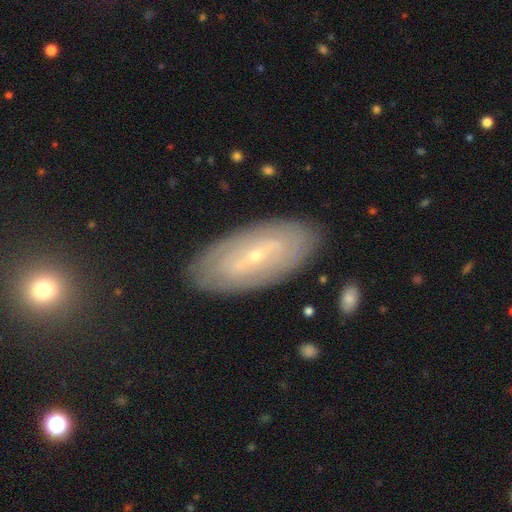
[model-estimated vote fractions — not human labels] Morphology: type=featured or disk (72%); edge-on=no (87%); bar=weak (42%); spiral arms=yes (59%); bulge=small (79%); merging=none (86%).